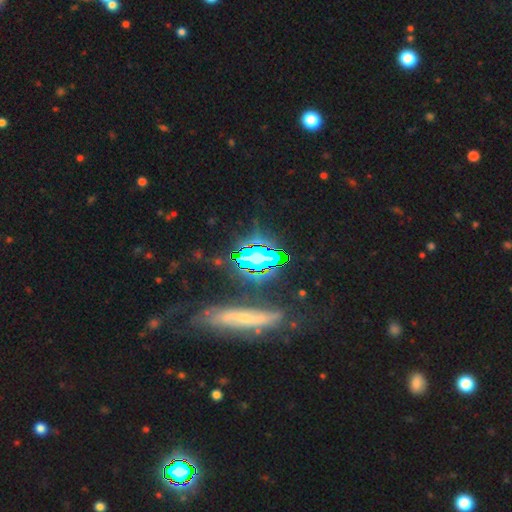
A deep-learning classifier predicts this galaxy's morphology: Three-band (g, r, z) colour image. It shows a star or artifact, not a galaxy (59%).